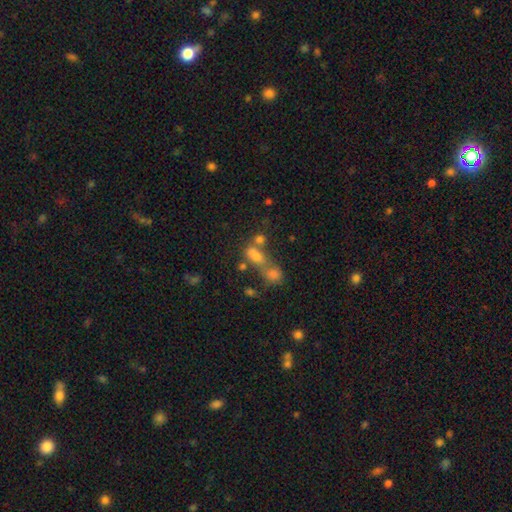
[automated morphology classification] This is possibly a smooth galaxy (59%). How rounded: possibly in between (57%). Merging: likely merger (60%).